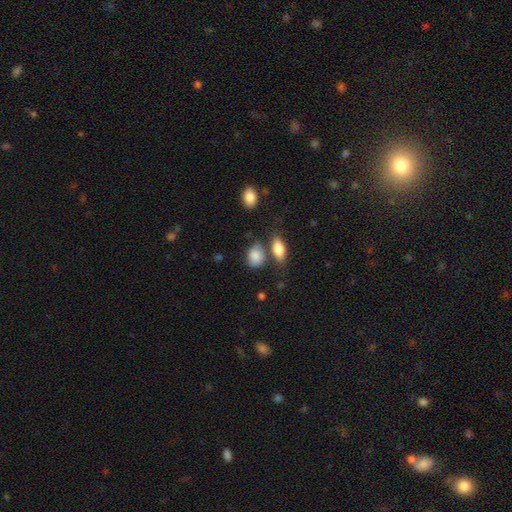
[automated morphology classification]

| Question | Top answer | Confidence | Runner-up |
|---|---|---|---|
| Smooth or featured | smooth | 84% | featured or disk (9%) |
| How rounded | in between | 68% | round (30%) |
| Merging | none | 57% | minor disturbance (20%) |